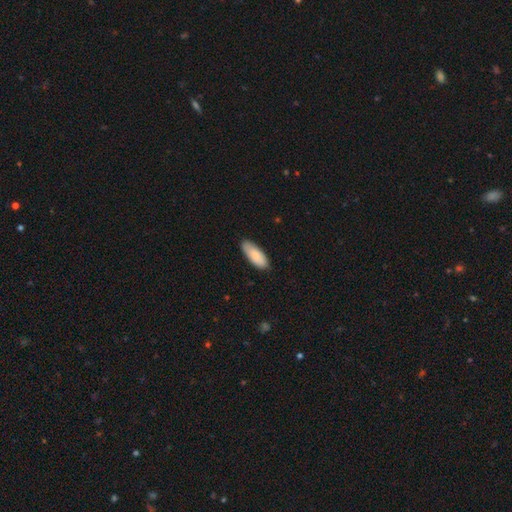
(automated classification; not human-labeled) Smooth or featured: smooth — 85% (featured or disk — 9%)
How rounded: in between — 80% (cigar-shaped — 19%)
Merging: none — 84% (minor disturbance — 13%)